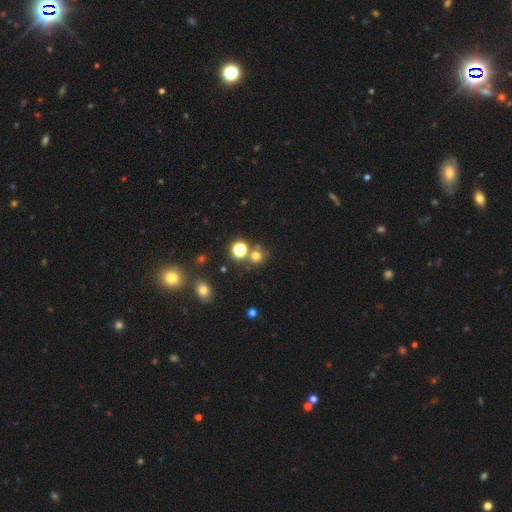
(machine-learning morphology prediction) Smooth or featured: smooth — 66% (star or artifact — 26%)
How rounded: round — 88% (in between — 11%)
Merging: none — 71% (merger — 17%)